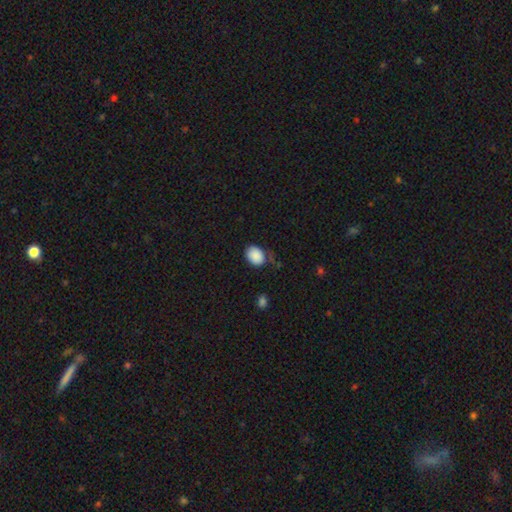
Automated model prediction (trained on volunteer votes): Morphology: type=smooth (89%); roundness=in between (67%); merging=none (70%).